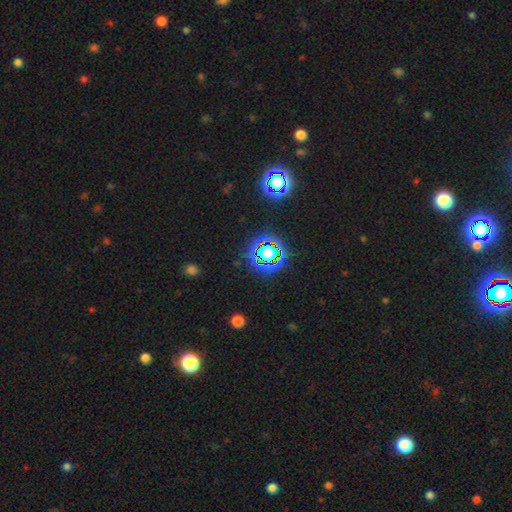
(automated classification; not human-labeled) Morphology: type=star or artifact (73%).